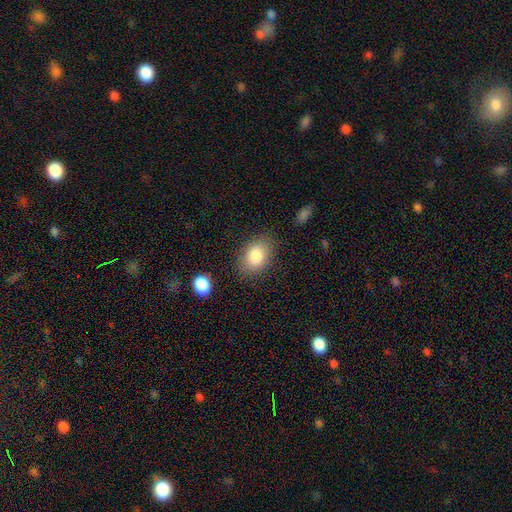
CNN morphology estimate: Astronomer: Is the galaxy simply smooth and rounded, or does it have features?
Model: smooth — 84%.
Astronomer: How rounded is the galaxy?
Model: in between — 81%.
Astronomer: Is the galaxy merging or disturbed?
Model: none — 80%.